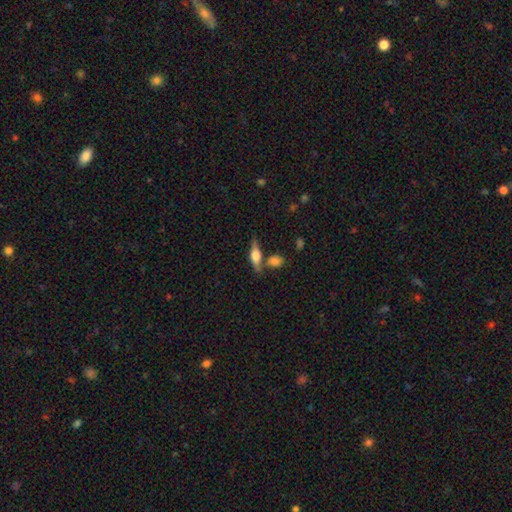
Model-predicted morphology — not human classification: The model was most divided on "smooth or featured": featured or disk: 54%, smooth: 38%, star or artifact: 7%. More confident: edge-on disk — yes (93%); edge-on bulge — rounded (89%); merging — none (68%).